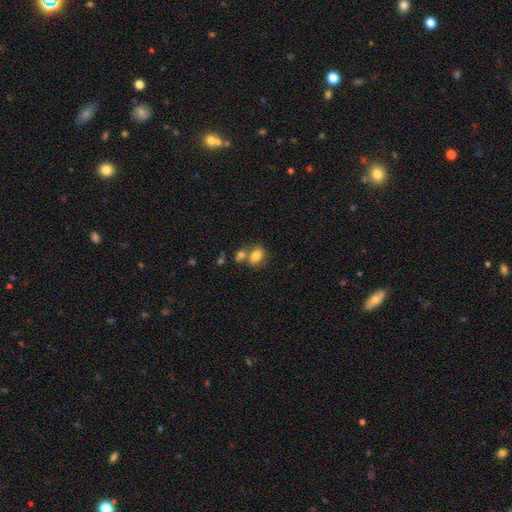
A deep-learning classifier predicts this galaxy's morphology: A smooth galaxy with no disk features (80%) that is in between round and cigar-shaped (72%). Merging: none (49%).